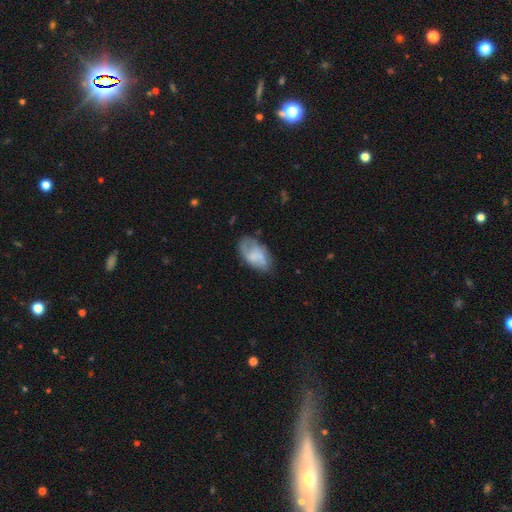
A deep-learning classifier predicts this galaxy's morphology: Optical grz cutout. It shows a smooth galaxy with no disk features (53%) that is in between round and cigar-shaped (93%). Merging: none (54%).